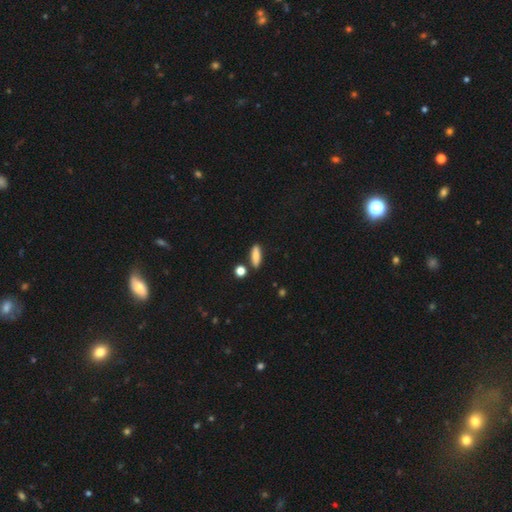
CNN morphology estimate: Smooth or featured? Predicted: smooth (p=0.82). How rounded? Predicted: cigar-shaped (p=0.49). Merging? Predicted: none (p=0.83).